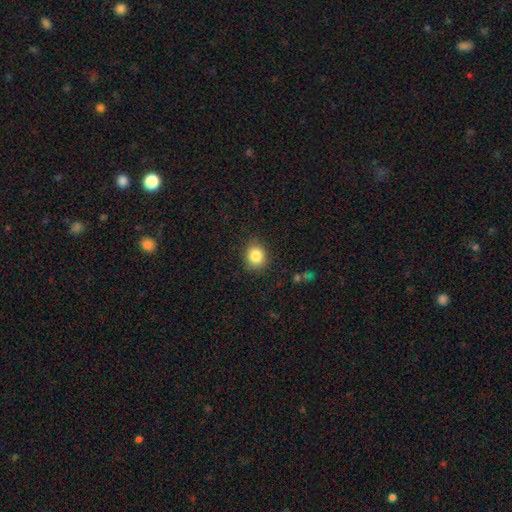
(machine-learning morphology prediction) Q: Smooth or featured?
A: smooth (85%); runner-up: star or artifact (10%)
Q: How rounded?
A: round (66%); runner-up: in between (33%)
Q: Merging?
A: none (84%); runner-up: minor disturbance (12%)